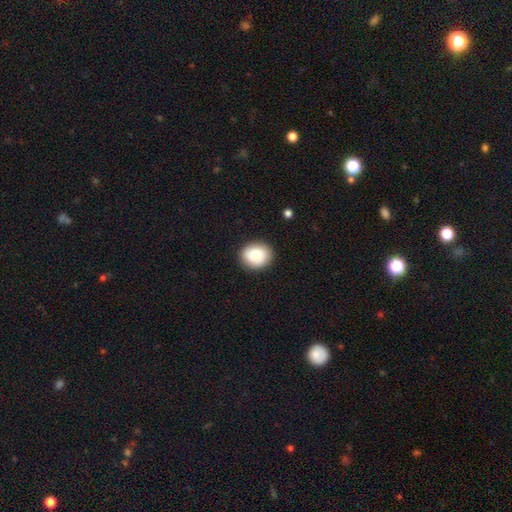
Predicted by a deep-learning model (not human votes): This is clearly a smooth galaxy (85%). How rounded: possibly round (59%). Merging: clearly none (88%).